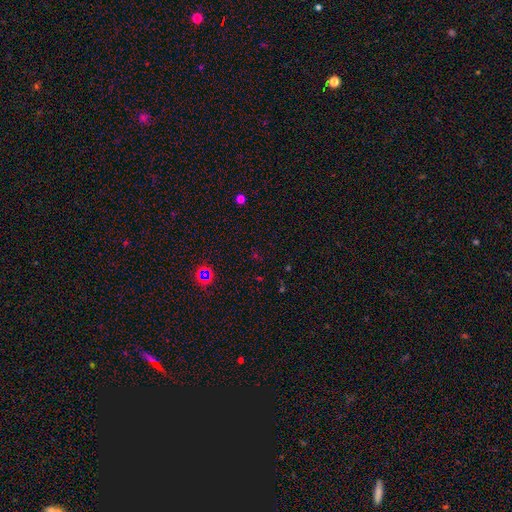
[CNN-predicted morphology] Q: Smooth or featured?
A: star or artifact (68%); runner-up: smooth (24%)